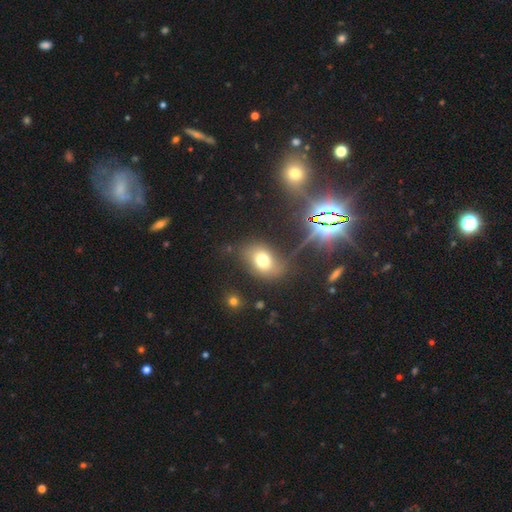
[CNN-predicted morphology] smooth 61%, star or artifact 24%, featured or disk 15%. Down the decision tree: how rounded — in between (75%); merging — none (75%).